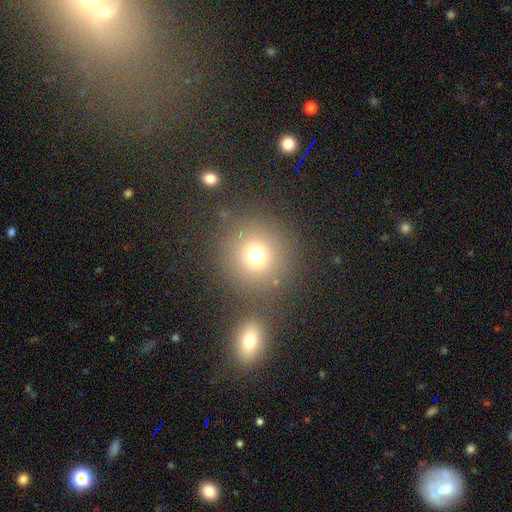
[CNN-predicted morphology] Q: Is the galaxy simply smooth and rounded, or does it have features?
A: smooth — 73%.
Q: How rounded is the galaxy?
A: round — 92%.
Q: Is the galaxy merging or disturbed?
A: none — 75%.